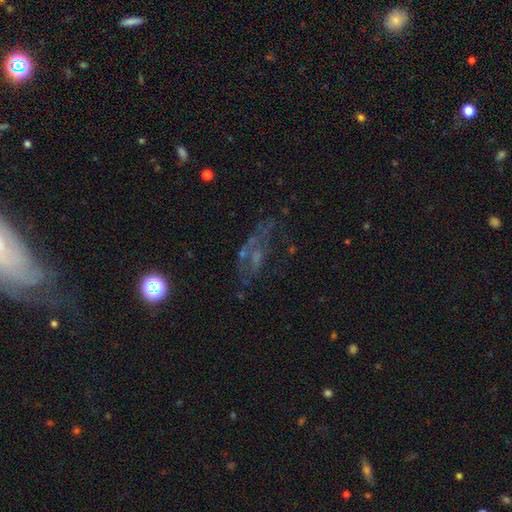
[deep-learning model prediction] This appears to be a featured or disk galaxy (50%). Merging: none (43%).